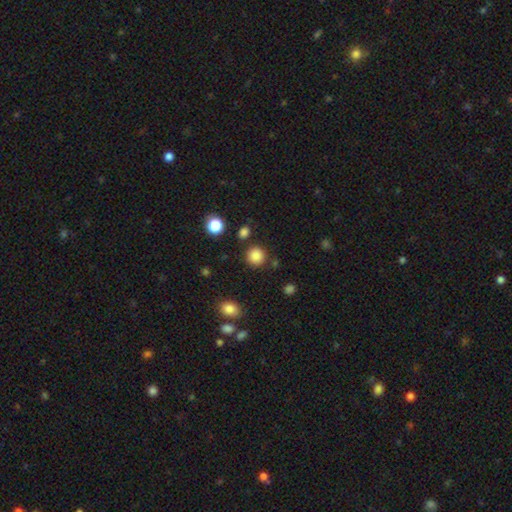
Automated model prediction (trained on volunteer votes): smooth-or-featured: smooth: 85% | star or artifact: 11% | featured or disk: 3%
  how-rounded: round: 92% | in between: 7% | cigar-shaped: 1%
  merging: none: 85% | minor disturbance: 8% | merger: 4% | major disturbance: 3%